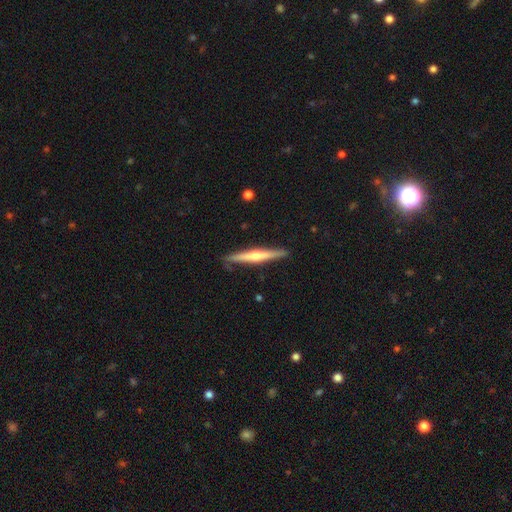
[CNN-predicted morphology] A featured or disk galaxy (67%) viewed edge-on (97%) with a rounded central bulge (83%).

Vote fractions:
- Smooth or featured? featured or disk: 67% / smooth: 28% / star or artifact: 5%
- Edge-on disk? yes: 97% / no: 3%
- Edge-on bulge? rounded: 83% / none: 12% / boxy: 5%
- Merging? none: 87% / minor disturbance: 10% / major disturbance: 2% / merger: 1%